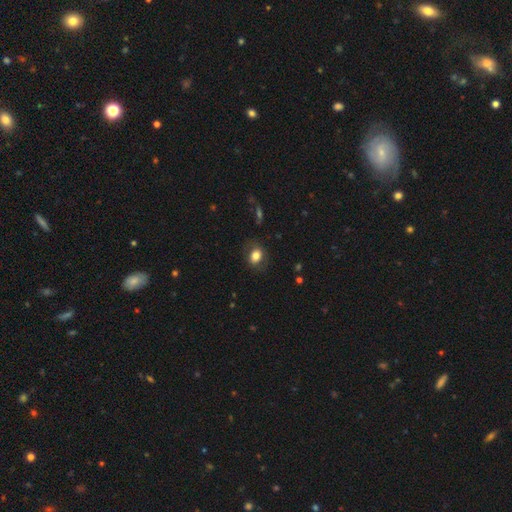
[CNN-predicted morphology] Overall: smooth (77%). How rounded: in between (66%; round 33%). Merging: none (77%).